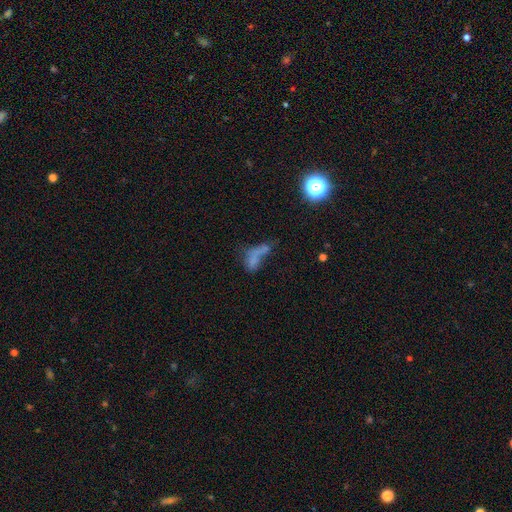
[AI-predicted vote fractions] Smooth or featured?
  - smooth: 51% *
  - featured or disk: 26%
  - star or artifact: 23%
How rounded?
  - in between: 67% *
  - cigar-shaped: 22%
  - round: 11%
Merging?
  - merger: 34% *
  - major disturbance: 28%
  - none: 24%
  - minor disturbance: 14%